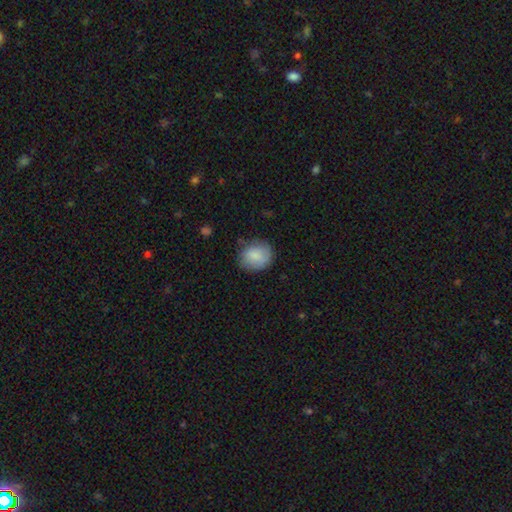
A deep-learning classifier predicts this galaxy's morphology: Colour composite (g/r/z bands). It shows a smooth galaxy with no disk features (81%) that is round (64%). Merging: none (71%).